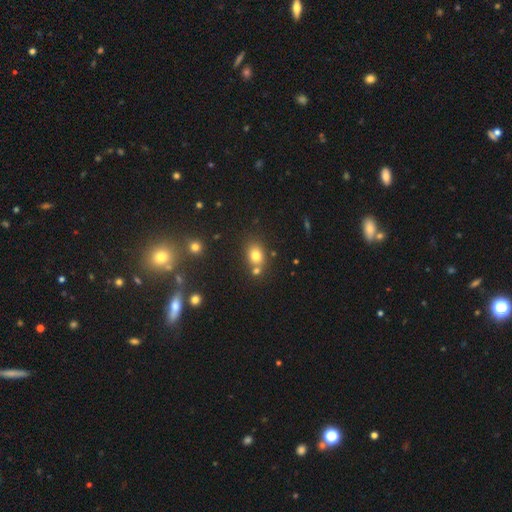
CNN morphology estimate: smooth 76%, star or artifact 13%, featured or disk 10%. Down the decision tree: how rounded — in between (54%); merging — none (60%).